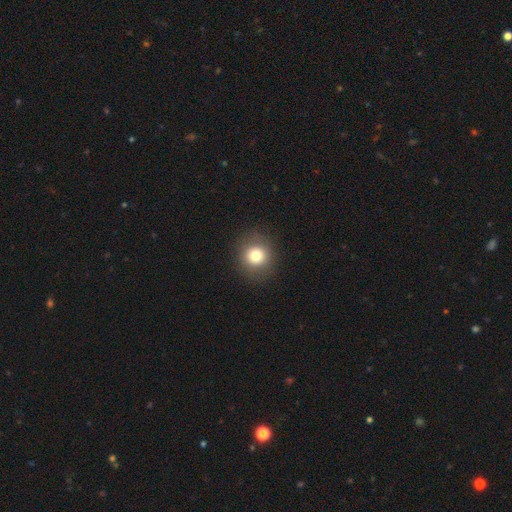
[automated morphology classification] smooth_or_featured: smooth (p=0.78) [alt: star or artifact p=0.11]
how_rounded: round (p=0.88) [alt: in between p=0.11]
merging: none (p=0.89) [alt: minor disturbance p=0.07]